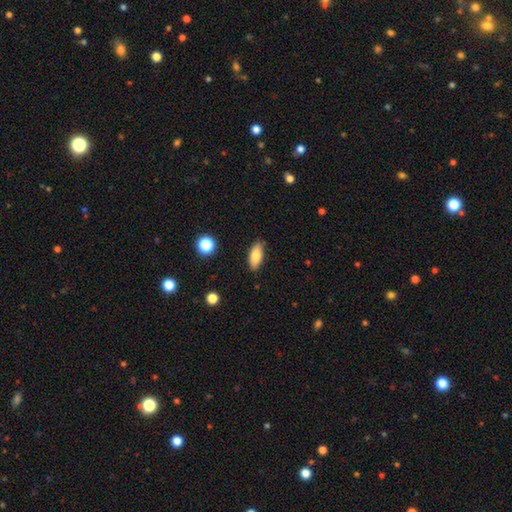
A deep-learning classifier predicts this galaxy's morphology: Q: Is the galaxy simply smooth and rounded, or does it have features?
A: smooth — 81%.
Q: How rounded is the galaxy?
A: in between — 81%.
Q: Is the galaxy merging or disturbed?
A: none — 86%.